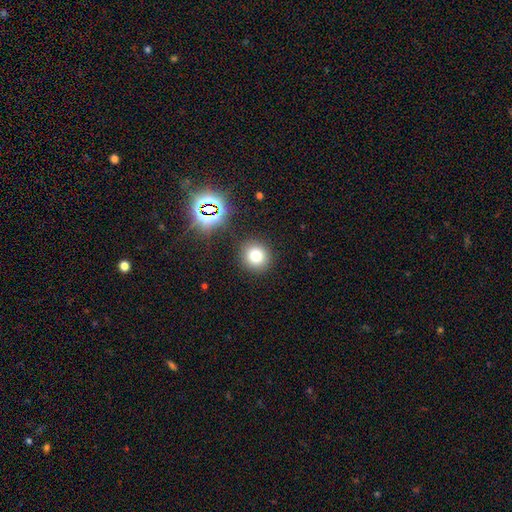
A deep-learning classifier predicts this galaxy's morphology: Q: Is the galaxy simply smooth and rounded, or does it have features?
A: smooth — 74%.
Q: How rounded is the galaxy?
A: round — 90%.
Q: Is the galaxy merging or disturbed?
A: none — 89%.